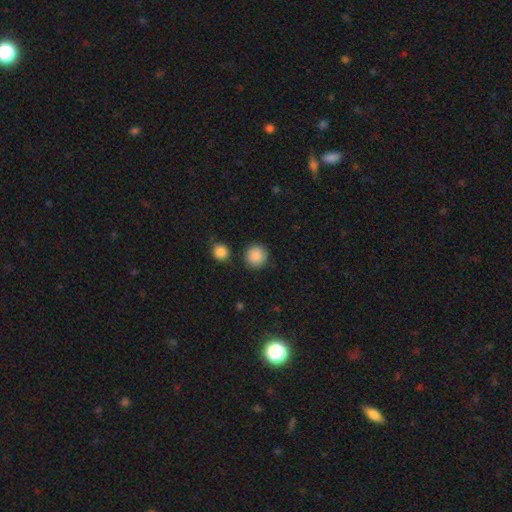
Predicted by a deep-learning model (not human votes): Smooth or featured?
  - smooth: 88% *
  - star or artifact: 8%
  - featured or disk: 3%
How rounded?
  - round: 94% *
  - in between: 5%
  - cigar-shaped: 1%
Merging?
  - none: 88% *
  - minor disturbance: 6%
  - merger: 3%
  - major disturbance: 2%